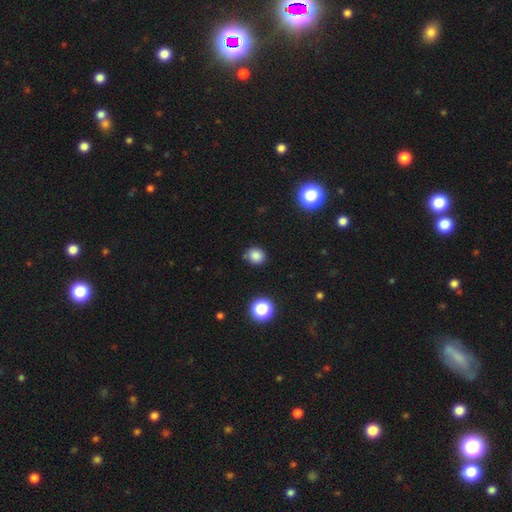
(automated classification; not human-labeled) Smooth or featured?
  - smooth: 81% *
  - star or artifact: 14%
  - featured or disk: 5%
How rounded?
  - round: 77% *
  - in between: 22%
  - cigar-shaped: 1%
Merging?
  - none: 78% *
  - minor disturbance: 14%
  - merger: 4%
  - major disturbance: 3%